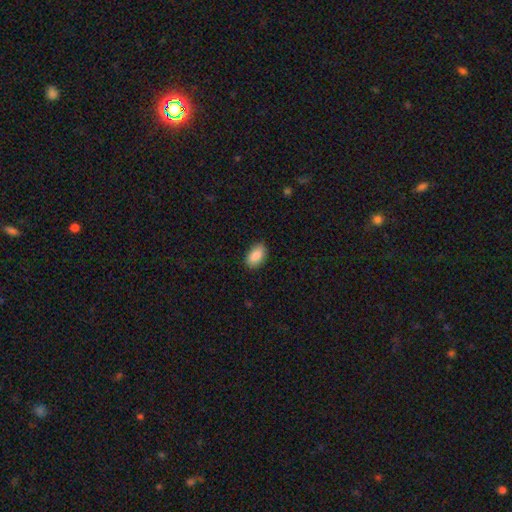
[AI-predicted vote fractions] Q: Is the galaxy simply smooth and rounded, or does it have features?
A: smooth — 89%.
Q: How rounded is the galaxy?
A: in between — 93%.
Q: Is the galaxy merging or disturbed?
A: none — 86%.